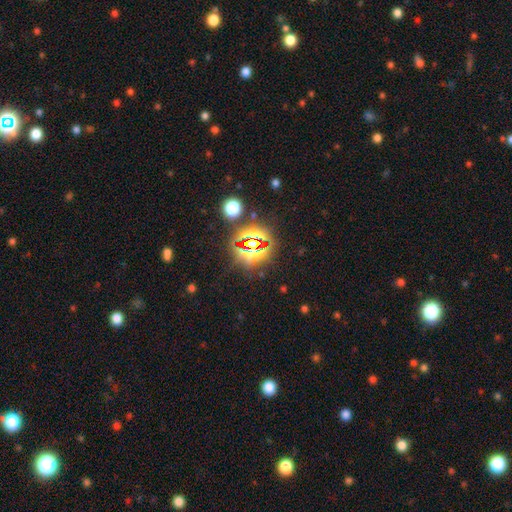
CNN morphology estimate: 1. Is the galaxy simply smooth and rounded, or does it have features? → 81% star or artifact, 12% smooth, 6% featured or disk.